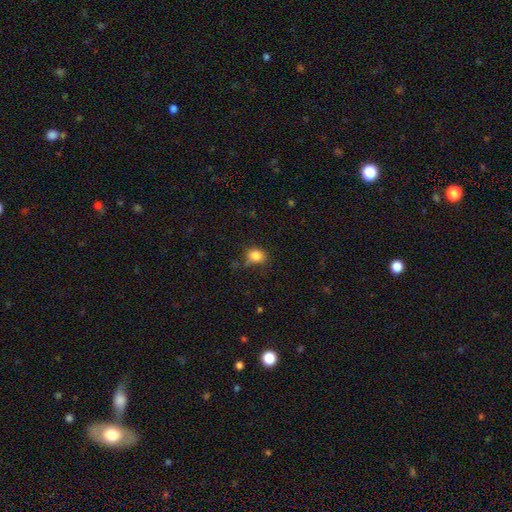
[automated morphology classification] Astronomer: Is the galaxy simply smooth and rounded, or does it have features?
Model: smooth — 84%.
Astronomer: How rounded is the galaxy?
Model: round — 54% (runner-up: in between, 45%).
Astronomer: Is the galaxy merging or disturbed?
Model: none — 59%.